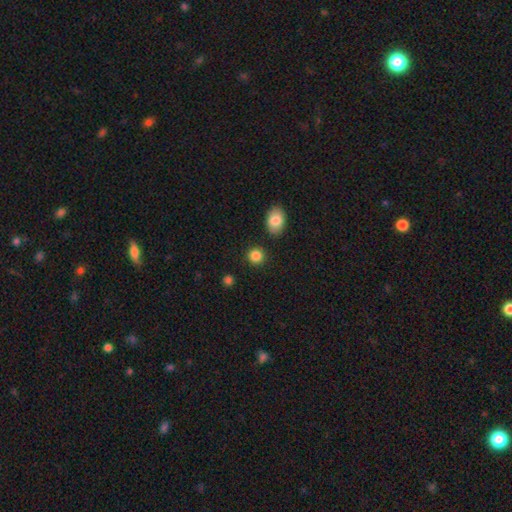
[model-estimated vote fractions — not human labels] This appears to be a smooth galaxy with no disk features (86%) that is round (87%). Merging: none (88%).